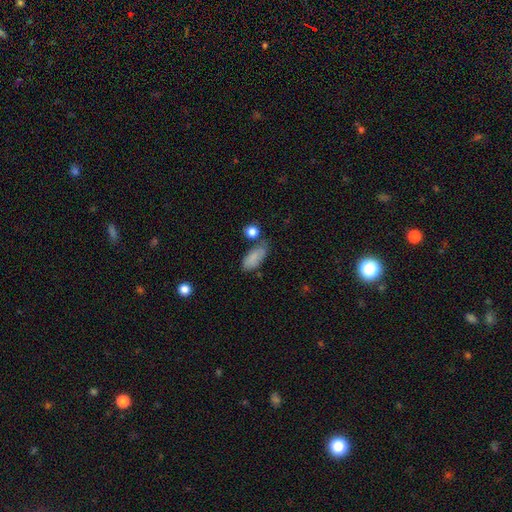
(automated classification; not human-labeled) smooth-or-featured: smooth: 83% | featured or disk: 10% | star or artifact: 8%
  how-rounded: in between: 87% | cigar-shaped: 9% | round: 4%
  merging: none: 58% | minor disturbance: 23% | merger: 12% | major disturbance: 7%